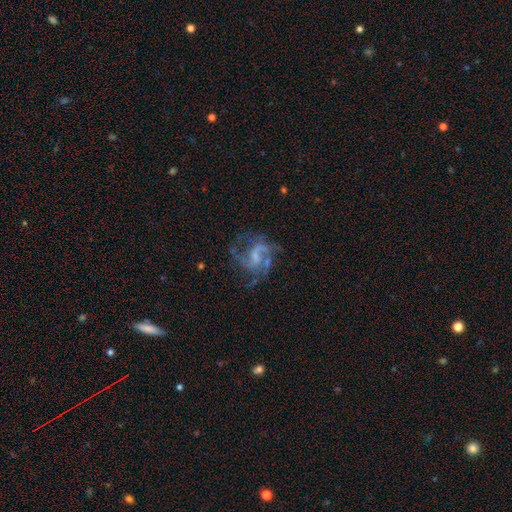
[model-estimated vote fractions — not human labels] Smooth or featured?
  - featured or disk: 84% *
  - smooth: 8%
  - star or artifact: 8%
Edge-on disk?
  - no: 98% *
  - yes: 2%
Bar?
  - weak: 52% *
  - no: 33%
  - strong: 15%
Spiral arms?
  - yes: 93% *
  - no: 7%
Spiral winding?
  - medium: 54% *
  - loose: 28%
  - tight: 18%
Spiral arm count?
  - 2: 45% *
  - 3: 25%
  - can't tell: 14%
  - 4: 6%
  - 1: 5%
  - more than 4: 4%
Bulge size?
  - small: 43% *
  - none: 27%
  - moderate: 26%
  - large: 3%
  - dominant: 1%
Merging?
  - none: 57% *
  - major disturbance: 22%
  - minor disturbance: 18%
  - merger: 3%